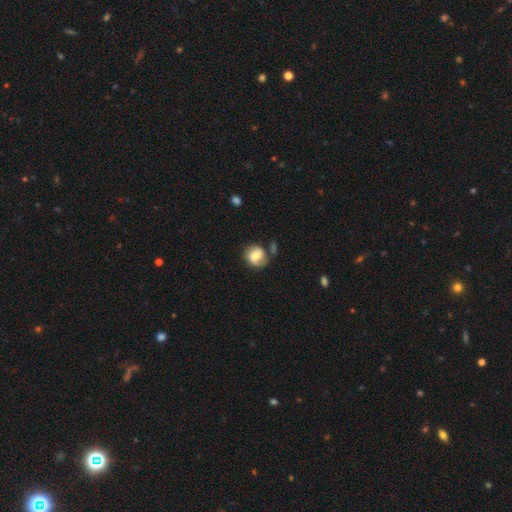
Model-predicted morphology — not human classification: This appears to be a smooth galaxy with no disk features (50%) that is round (75%). Merging: none (53%).